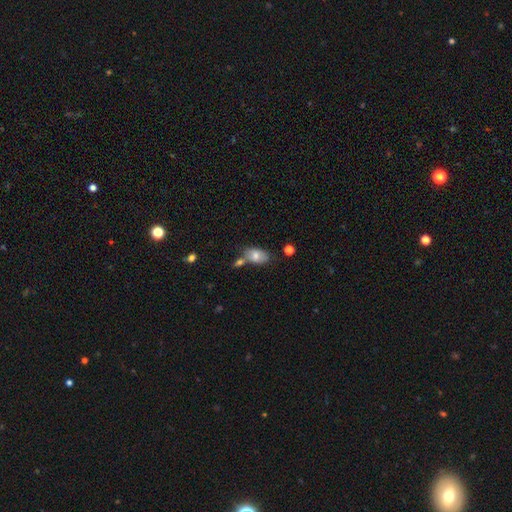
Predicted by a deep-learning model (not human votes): Overall: smooth (74%). How rounded: in between (90%). Merging: none (52%; merger 23%).